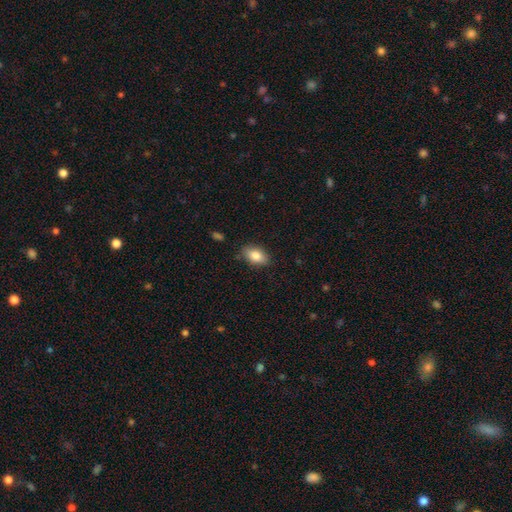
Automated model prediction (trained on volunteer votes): Q: Smooth or featured?
A: smooth (82%); runner-up: featured or disk (11%)
Q: How rounded?
A: in between (88%); runner-up: round (8%)
Q: Merging?
A: none (82%); runner-up: minor disturbance (14%)